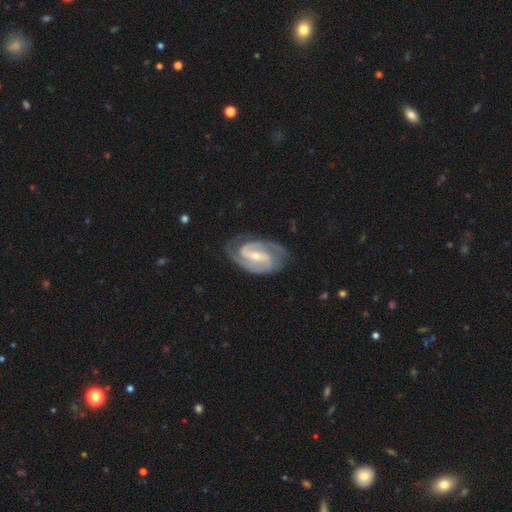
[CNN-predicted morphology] A featured or disk galaxy (92%) with a strong bar (45%), 2 (82%) medium (48%) spiral arms (98%) and a small central bulge (58%). Merging: none (77%).